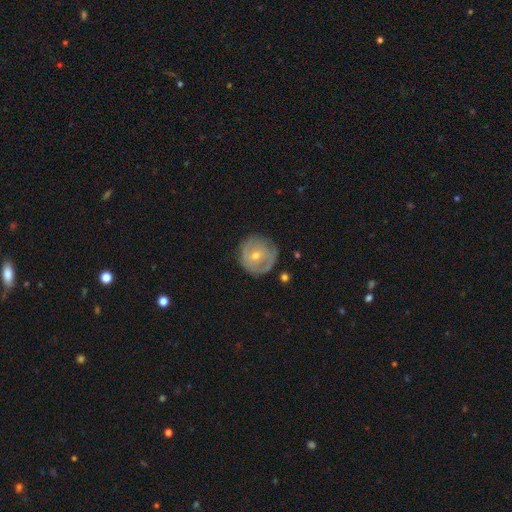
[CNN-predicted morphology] Smooth or featured? Predicted: featured or disk (p=0.58). Edge-on disk? Predicted: no (p=0.96). Bar? Predicted: no (p=0.70). Spiral arms? Predicted: yes (p=0.56). Bulge size? Predicted: small (p=0.52). Merging? Predicted: none (p=0.76).